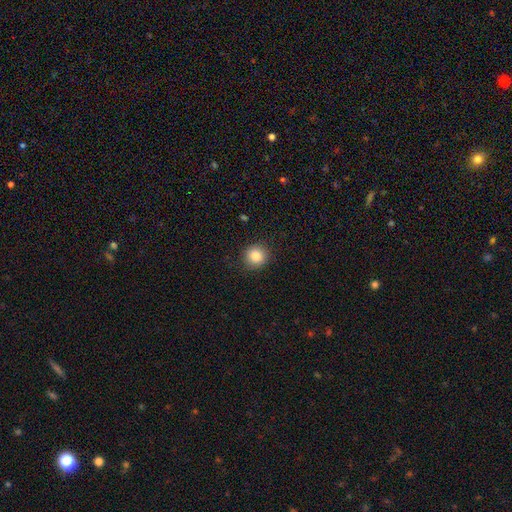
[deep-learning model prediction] The model was most divided on "smooth or featured": smooth: 84%, star or artifact: 10%, featured or disk: 6%. More confident: how rounded — round (91%); merging — none (90%).